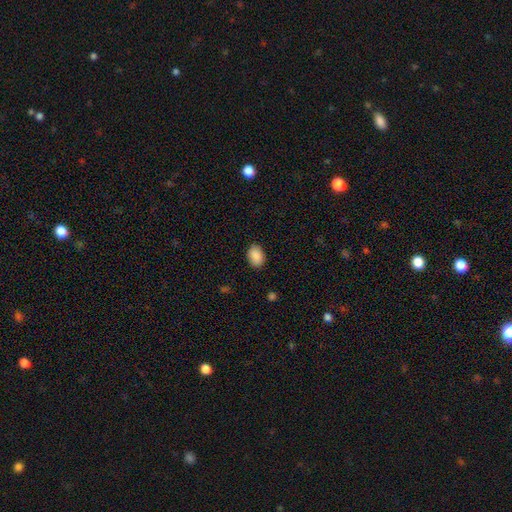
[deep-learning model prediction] The model was most divided on "how rounded": in between: 80%, round: 19%, cigar-shaped: 1%. More confident: smooth or featured — smooth (90%); merging — none (88%).